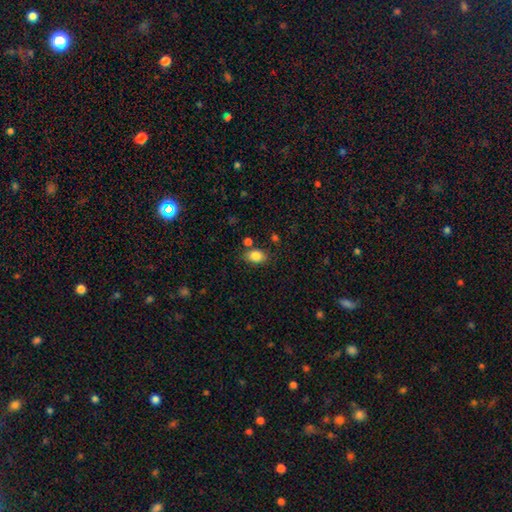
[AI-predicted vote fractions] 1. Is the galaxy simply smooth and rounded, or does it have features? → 85% smooth, 9% star or artifact, 7% featured or disk.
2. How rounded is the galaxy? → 82% in between, 16% round, 1% cigar-shaped.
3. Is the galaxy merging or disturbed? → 75% none, 14% minor disturbance, 7% merger, 4% major disturbance.